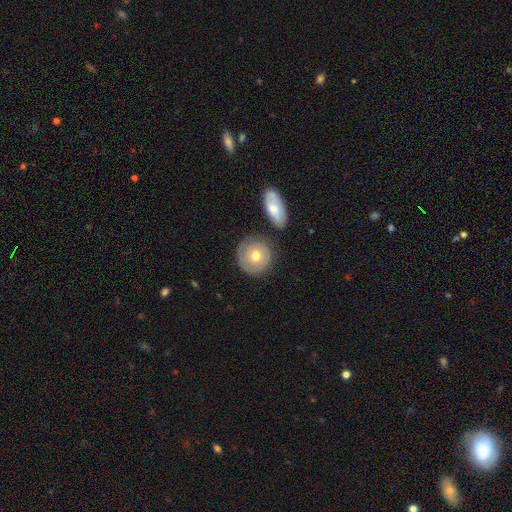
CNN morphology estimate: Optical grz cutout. It shows a smooth galaxy with no disk features (49%). Merging: none (72%).